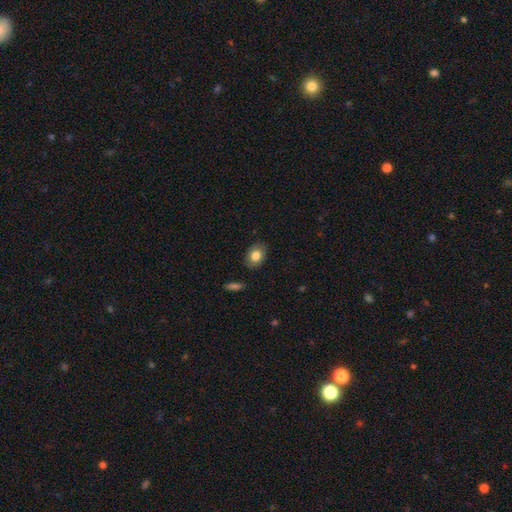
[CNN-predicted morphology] Smooth or featured? smooth (80%)
How rounded? in between (71%)
Merging? none (86%)